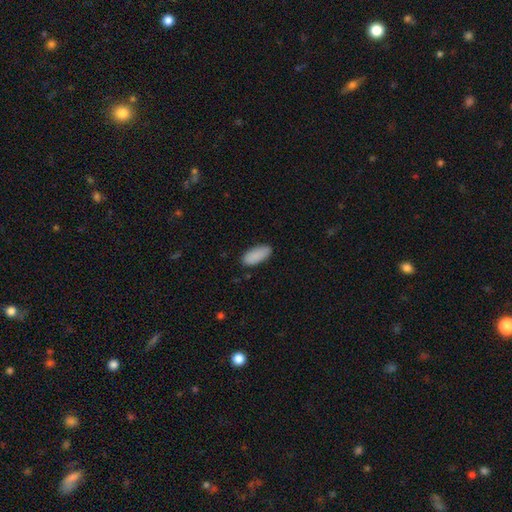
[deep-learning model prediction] A smooth galaxy with no disk features (90%) that is in between round and cigar-shaped (88%). Merging: none (83%).